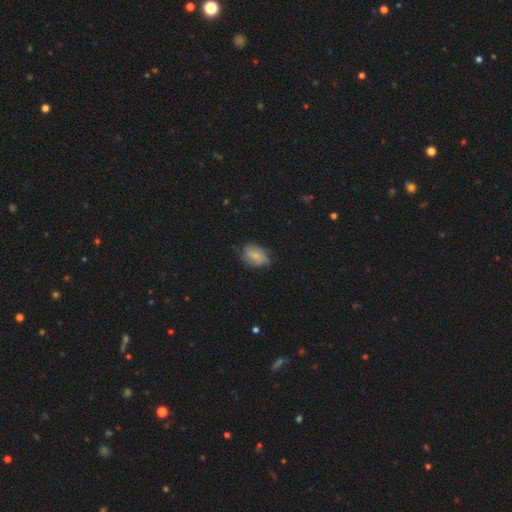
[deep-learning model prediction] smooth_or_featured: smooth (p=0.66) [alt: featured or disk p=0.25]
how_rounded: in between (p=0.85) [alt: round p=0.13]
merging: none (p=0.60) [alt: minor disturbance p=0.30]